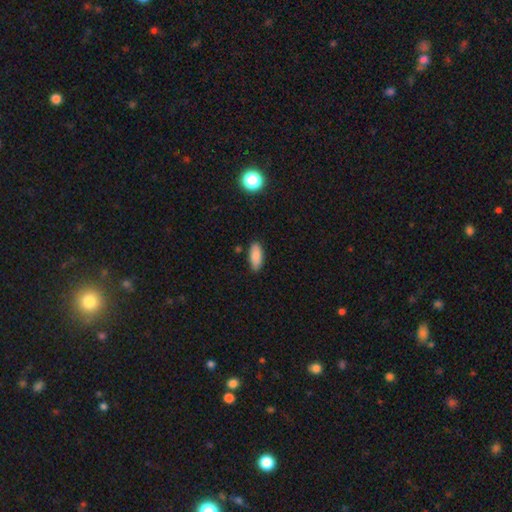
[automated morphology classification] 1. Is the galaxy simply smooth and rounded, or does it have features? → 85% smooth, 8% star or artifact, 7% featured or disk.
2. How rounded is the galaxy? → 84% in between, 14% cigar-shaped, 2% round.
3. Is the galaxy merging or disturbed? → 83% none, 13% minor disturbance, 2% major disturbance, 2% merger.